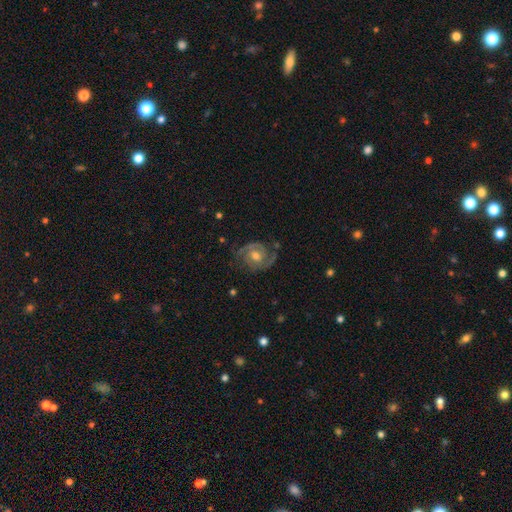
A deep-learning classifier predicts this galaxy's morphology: Smooth or featured? featured or disk (84%)
Edge-on disk? no (98%)
Bar? no (68%)
Spiral arms? yes (95%)
Spiral winding? tight (48%)
Spiral arm count? 2 (83%)
Bulge size? moderate (70%)
Merging? none (74%)